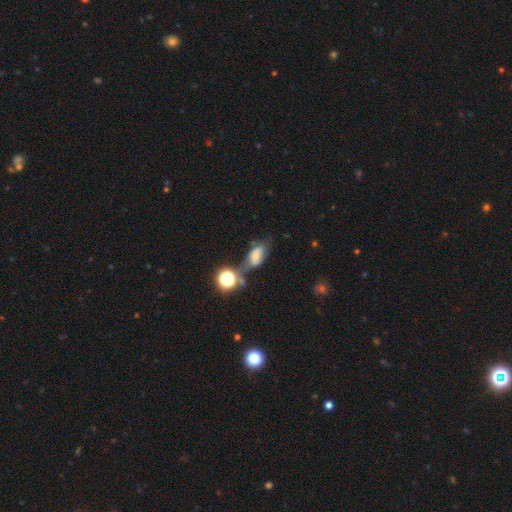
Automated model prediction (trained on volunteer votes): smooth-or-featured: smooth: 51% | featured or disk: 32% | star or artifact: 17%
  how-rounded: in between: 81% | round: 14% | cigar-shaped: 6%
  merging: none: 38% | minor disturbance: 25% | merger: 19% | major disturbance: 18%